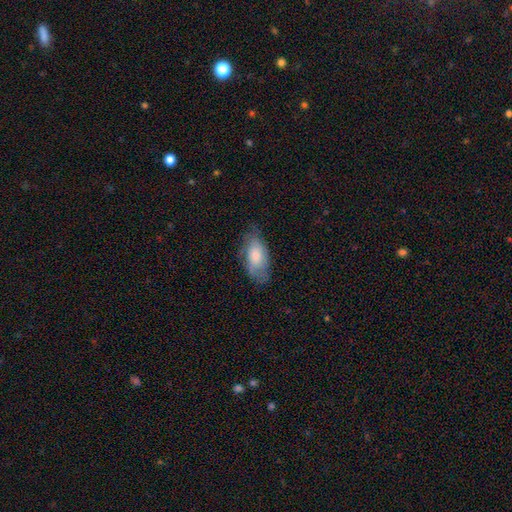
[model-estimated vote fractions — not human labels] Morphology: type=smooth (61%); roundness=in between (92%); merging=none (64%).